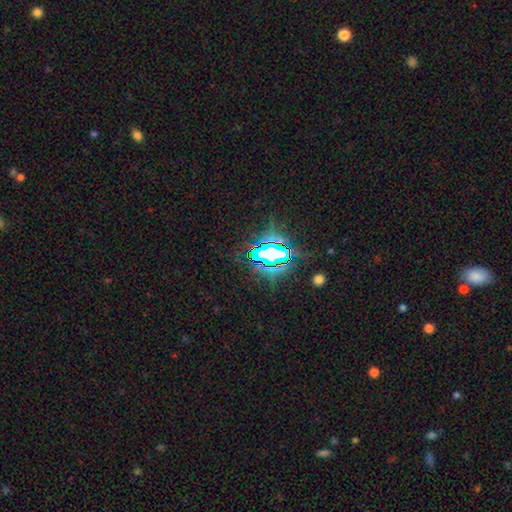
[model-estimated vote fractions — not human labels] Smooth or featured?
  - star or artifact: 81% *
  - smooth: 10%
  - featured or disk: 8%